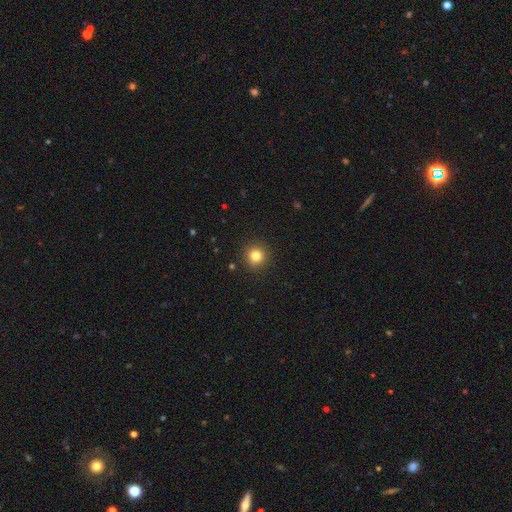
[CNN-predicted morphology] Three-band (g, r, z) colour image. It shows a smooth galaxy with no disk features (81%) that is round (94%). Merging: none (92%).